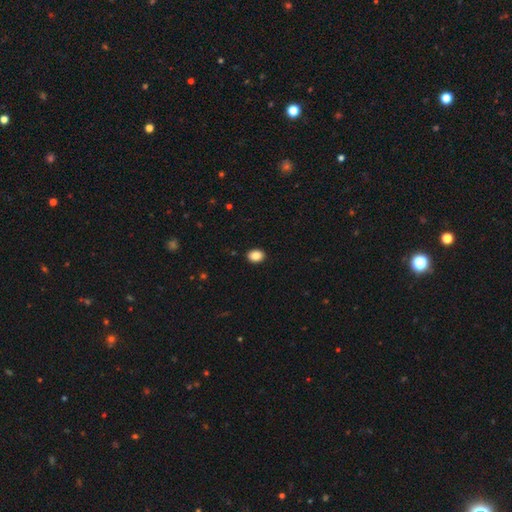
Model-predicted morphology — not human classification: Overall: smooth (88%). How rounded: in between (66%; round 33%). Merging: none (91%).